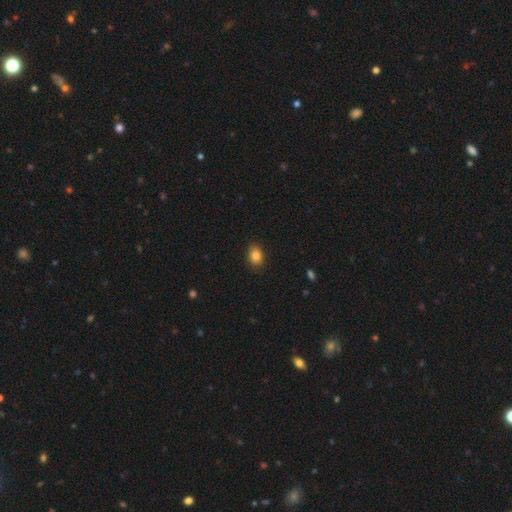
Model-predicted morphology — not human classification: A smooth galaxy with no disk features (85%) that is in between round and cigar-shaped (67%). Merging: none (87%).